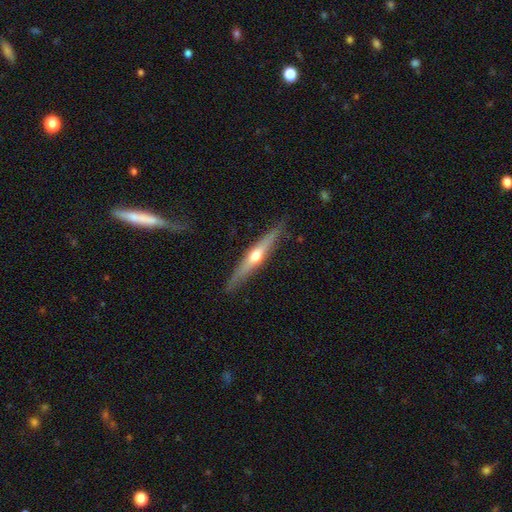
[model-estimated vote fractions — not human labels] This is likely a featured or disk galaxy (75%). It is clearly viewed edge-on (97%). Edge-on bulge: clearly rounded (91%). Merging: clearly none (85%).